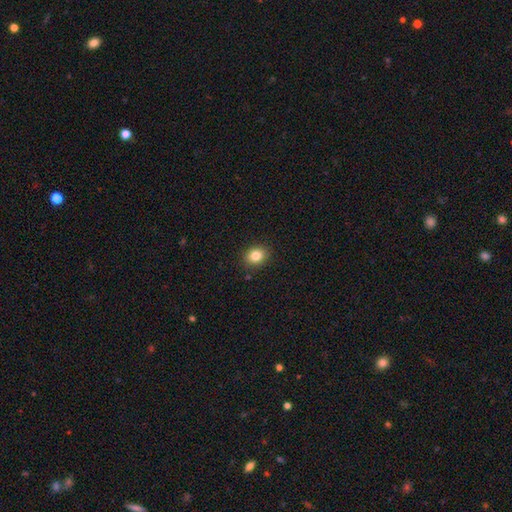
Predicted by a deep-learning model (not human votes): This appears to be a smooth galaxy with no disk features (83%) that is round (56%). Merging: none (89%).